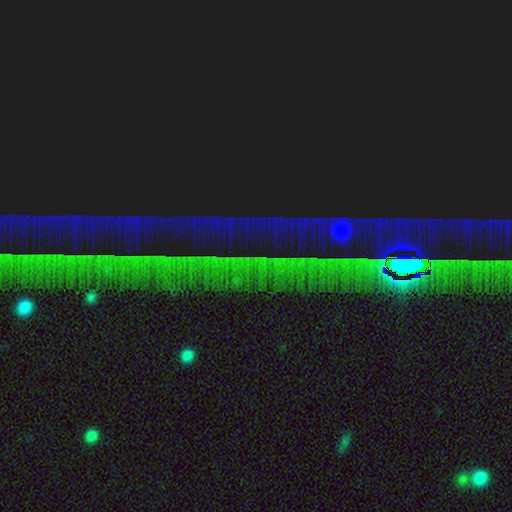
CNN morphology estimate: The model was most divided on "smooth or featured": star or artifact: 86%, featured or disk: 8%, smooth: 6%.